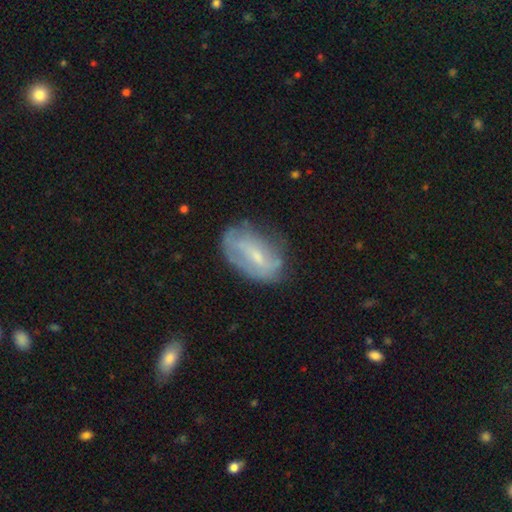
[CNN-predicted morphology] This appears to be a featured or disk galaxy (56%) with a weak bar (46%), spiral arms (56%) and a small central bulge (59%). Merging: none (61%).